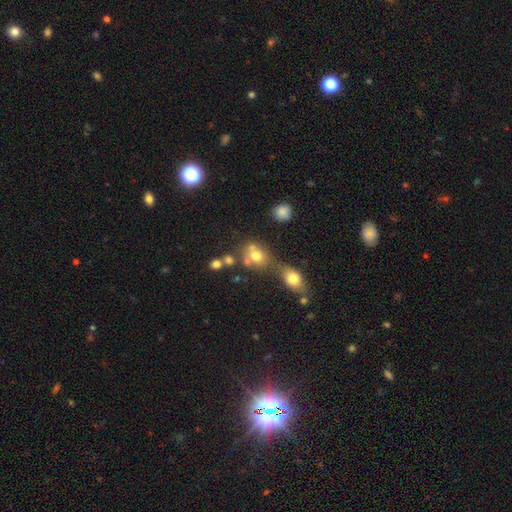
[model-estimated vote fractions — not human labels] Q: Smooth or featured?
A: smooth (69%); runner-up: featured or disk (16%)
Q: How rounded?
A: round (62%); runner-up: in between (37%)
Q: Merging?
A: merger (48%); runner-up: none (35%)